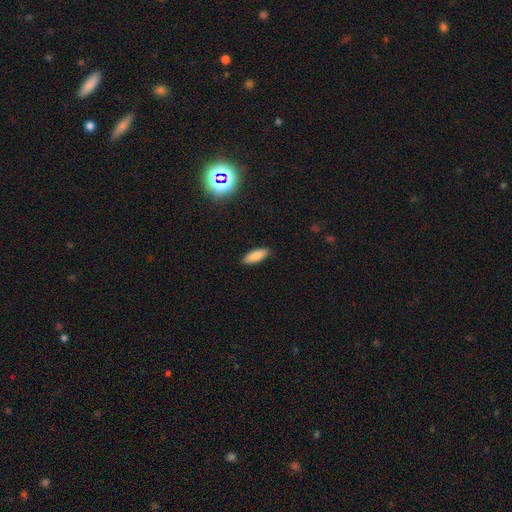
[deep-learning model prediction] This appears to be a smooth galaxy with no disk features (86%) that is in between round and cigar-shaped (72%). Merging: none (88%).